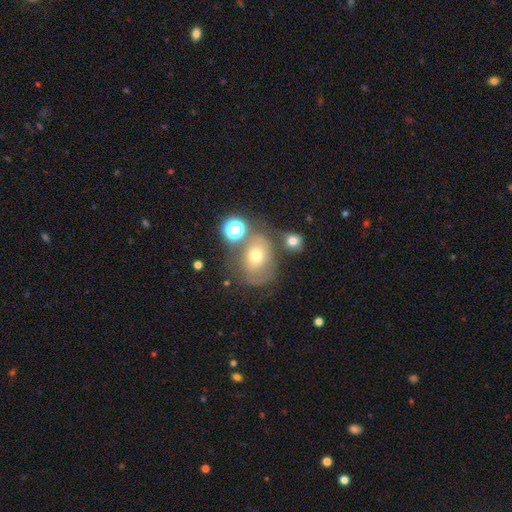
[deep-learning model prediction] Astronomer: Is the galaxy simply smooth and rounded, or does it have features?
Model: smooth — 50% (runner-up: featured or disk, 34%).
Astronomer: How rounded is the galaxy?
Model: round — 50% (runner-up: in between, 49%).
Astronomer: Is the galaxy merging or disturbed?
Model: none — 47%.